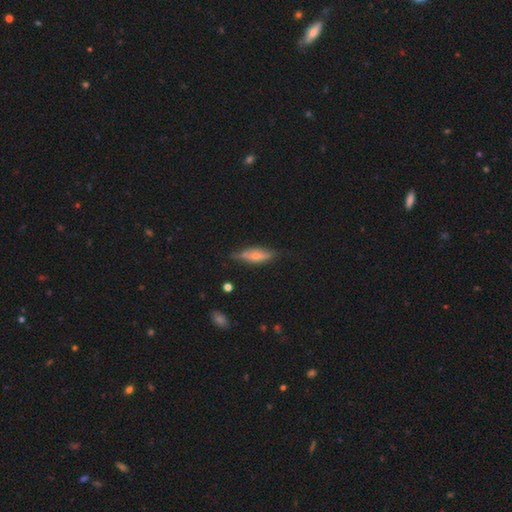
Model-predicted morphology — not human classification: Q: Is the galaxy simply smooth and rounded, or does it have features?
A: featured or disk — 50%.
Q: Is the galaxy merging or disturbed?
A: none — 67%.